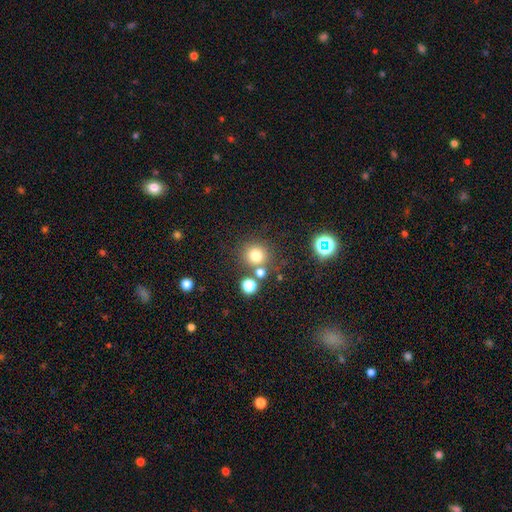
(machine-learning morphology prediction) Overall: smooth (74%). How rounded: round (91%). Merging: none (75%).